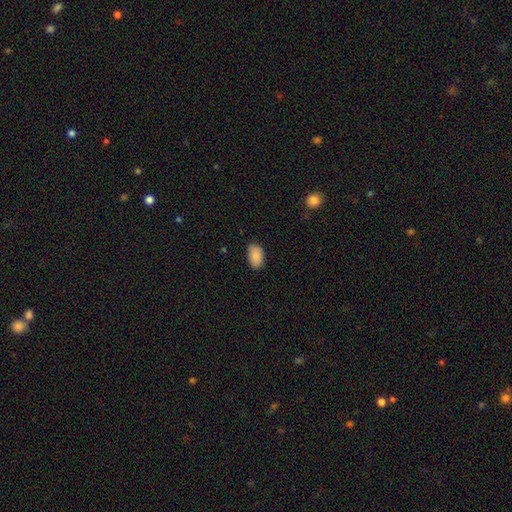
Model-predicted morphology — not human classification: This is clearly a smooth galaxy (89%). How rounded: clearly in between (92%). Merging: clearly none (83%).